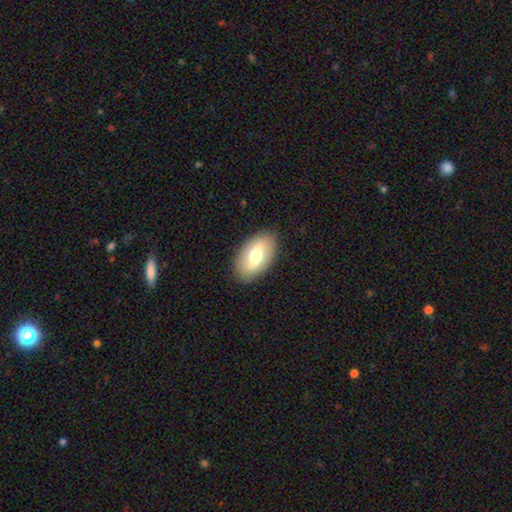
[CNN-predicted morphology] Smooth or featured? smooth (64%)
How rounded? in between (93%)
Merging? none (86%)